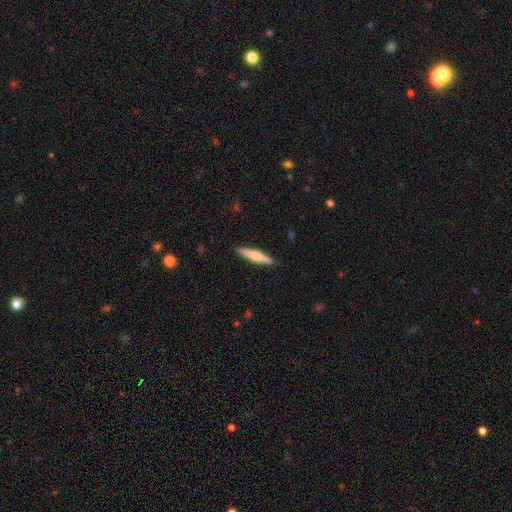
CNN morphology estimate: Smooth or featured: smooth — 58% (featured or disk — 37%)
How rounded: cigar-shaped — 89% (in between — 9%)
Merging: none — 90% (minor disturbance — 7%)